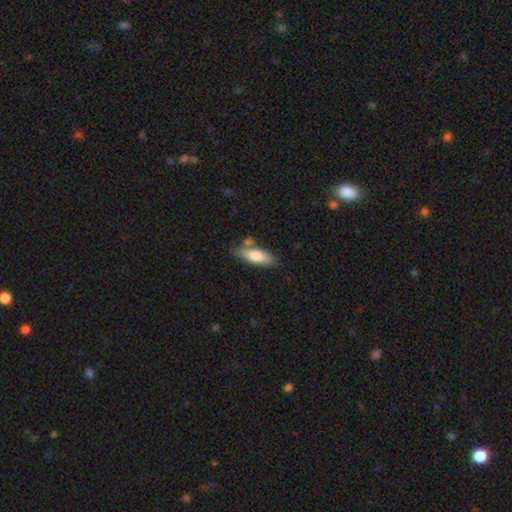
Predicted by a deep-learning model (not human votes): Smooth or featured?
  - smooth: 74% *
  - featured or disk: 20%
  - star or artifact: 6%
How rounded?
  - in between: 57% *
  - cigar-shaped: 41%
  - round: 2%
Merging?
  - none: 71% *
  - minor disturbance: 16%
  - merger: 10%
  - major disturbance: 3%